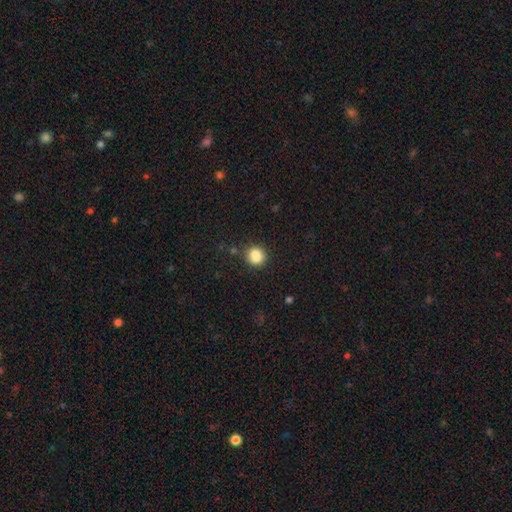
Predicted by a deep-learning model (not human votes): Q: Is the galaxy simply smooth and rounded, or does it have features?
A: smooth — 86%.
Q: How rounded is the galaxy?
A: round — 77%.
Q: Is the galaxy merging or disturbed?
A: none — 80%.